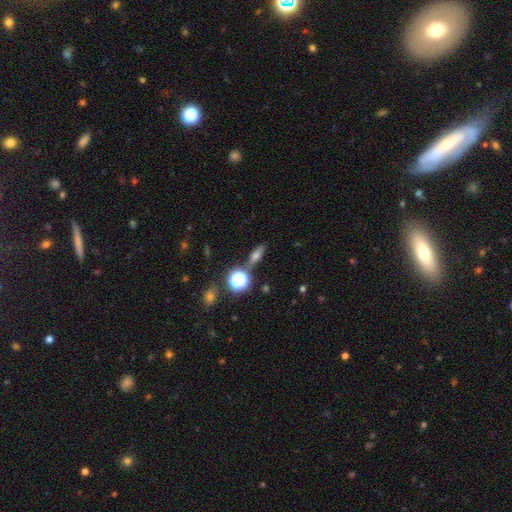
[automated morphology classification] smooth_or_featured: smooth (p=0.46) [alt: featured or disk p=0.33]
merging: none (p=0.79) [alt: minor disturbance p=0.11]